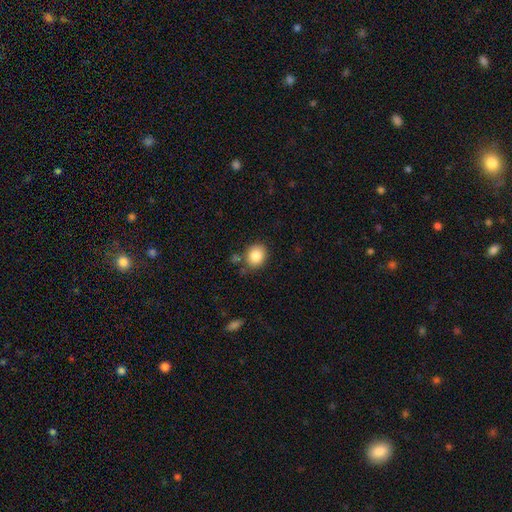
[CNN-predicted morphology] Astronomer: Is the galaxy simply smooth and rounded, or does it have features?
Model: smooth — 86%.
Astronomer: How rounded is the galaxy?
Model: round — 66%.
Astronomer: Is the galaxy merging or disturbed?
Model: none — 77%.